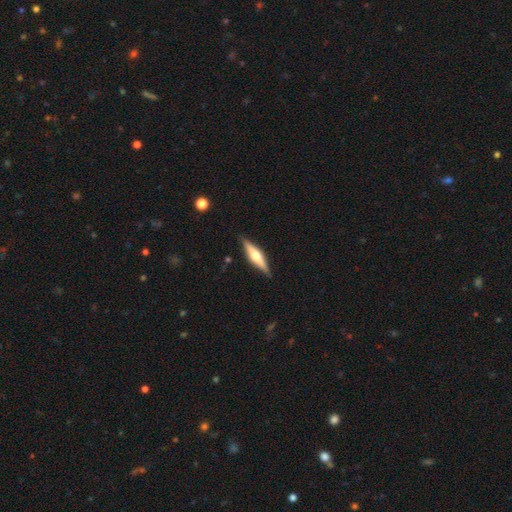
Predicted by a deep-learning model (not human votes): smooth-or-featured: featured or disk: 64% | smooth: 31% | star or artifact: 5%
  disk-edge-on: yes: 96% | no: 4%
    edge-on-bulge: rounded: 87% | boxy: 9% | none: 4%
  merging: none: 88% | minor disturbance: 9% | major disturbance: 2% | merger: 1%